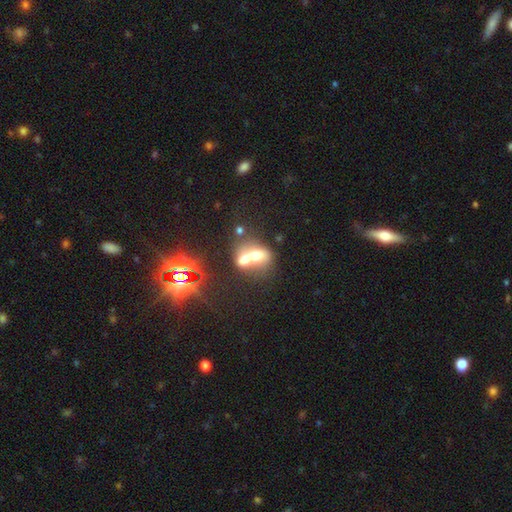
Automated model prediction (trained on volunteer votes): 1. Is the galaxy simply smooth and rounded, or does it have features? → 59% smooth, 27% featured or disk, 14% star or artifact.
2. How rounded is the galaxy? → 55% in between, 43% round, 2% cigar-shaped.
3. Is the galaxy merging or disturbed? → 75% merger, 15% none, 5% minor disturbance, 5% major disturbance.